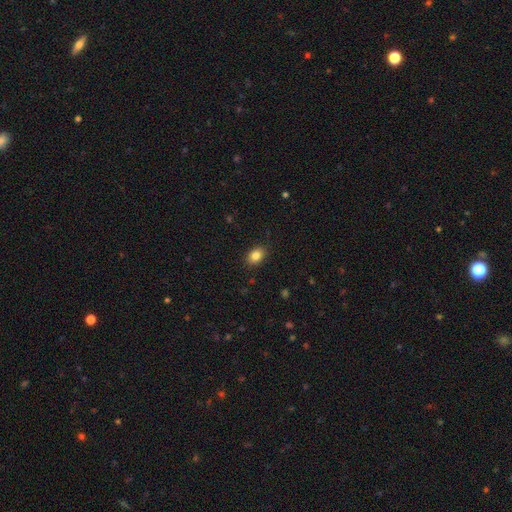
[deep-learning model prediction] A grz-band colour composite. It shows a smooth galaxy with no disk features (85%) that is in between round and cigar-shaped (76%). Merging: none (88%).